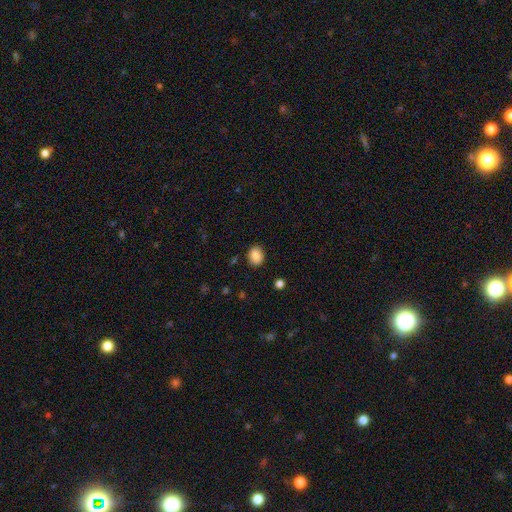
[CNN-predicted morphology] Q: Smooth or featured?
A: smooth (88%); runner-up: star or artifact (8%)
Q: How rounded?
A: round (52%); runner-up: in between (47%)
Q: Merging?
A: none (87%); runner-up: minor disturbance (9%)